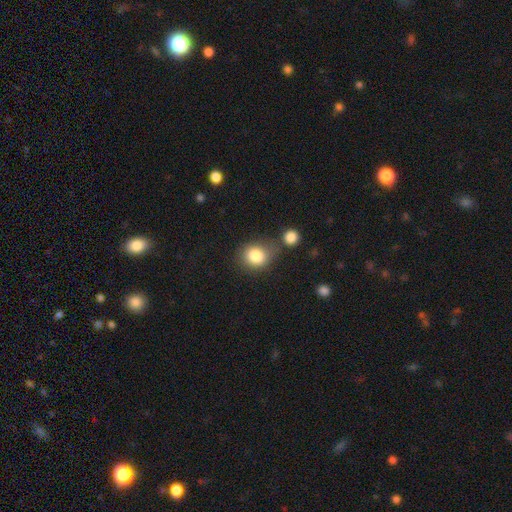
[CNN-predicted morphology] smooth 83%, star or artifact 10%, featured or disk 7%. Down the decision tree: how rounded — round (70%); merging — none (63%).